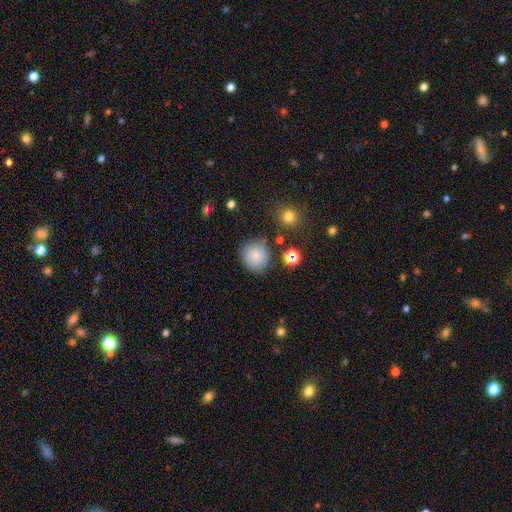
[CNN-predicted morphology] Overall: smooth (80%). How rounded: round (91%). Merging: none (82%).